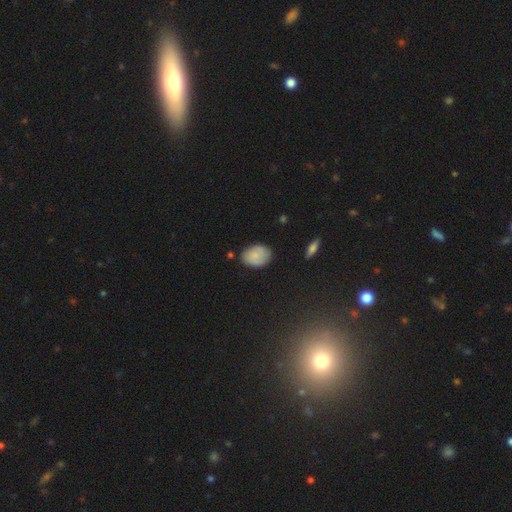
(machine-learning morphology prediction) A smooth galaxy with no disk features (76%) that is in between round and cigar-shaped (78%). Merging: none (78%).